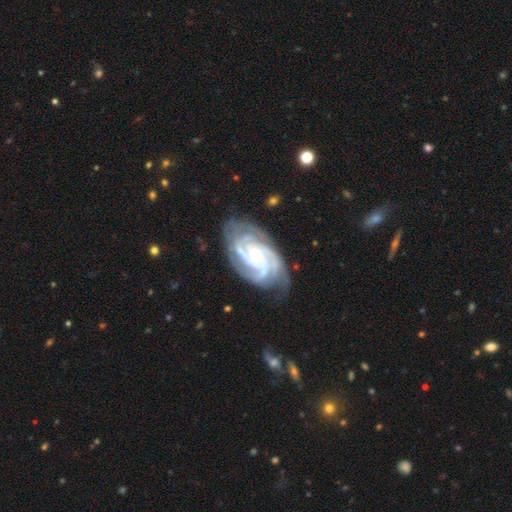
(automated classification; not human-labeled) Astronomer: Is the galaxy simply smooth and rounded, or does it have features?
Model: featured or disk — 92%.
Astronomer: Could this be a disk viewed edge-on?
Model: no — 97%.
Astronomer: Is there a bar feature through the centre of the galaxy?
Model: no — 64%.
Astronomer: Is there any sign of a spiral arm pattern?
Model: yes — 98%.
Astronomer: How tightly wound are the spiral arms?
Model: tight — 73%.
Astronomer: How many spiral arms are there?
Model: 3 — 33% (runner-up: 4, 28%).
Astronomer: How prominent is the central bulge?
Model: small — 64%.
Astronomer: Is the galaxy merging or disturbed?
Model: none — 75%.